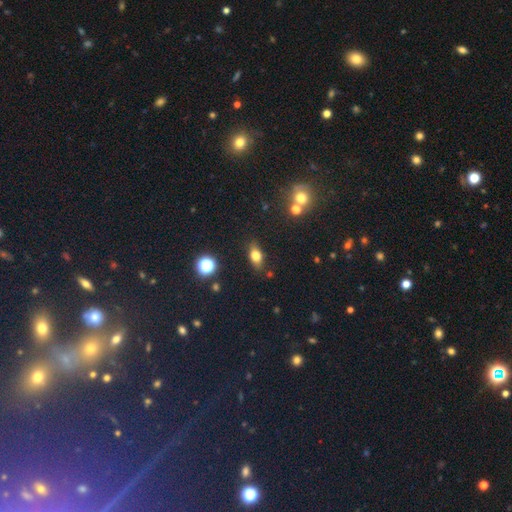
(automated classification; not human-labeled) A smooth galaxy with no disk features (71%) that is in between round and cigar-shaped (75%).

Vote fractions:
- Smooth or featured? smooth: 71% / featured or disk: 16% / star or artifact: 13%
- How rounded? in between: 75% / round: 15% / cigar-shaped: 10%
- Merging? none: 83% / minor disturbance: 12% / major disturbance: 3% / merger: 2%